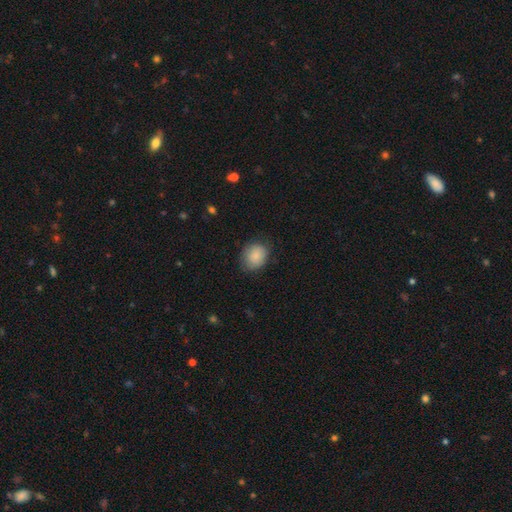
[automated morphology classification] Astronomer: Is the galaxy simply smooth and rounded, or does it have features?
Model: smooth — 87%.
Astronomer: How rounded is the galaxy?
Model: round — 54% (runner-up: in between, 45%).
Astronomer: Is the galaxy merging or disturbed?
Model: none — 77%.